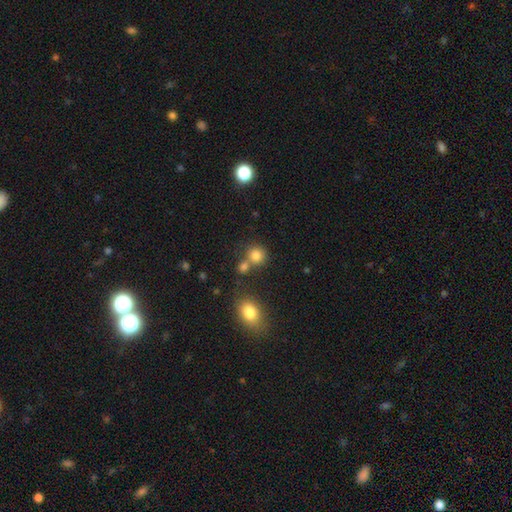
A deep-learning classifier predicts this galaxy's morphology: A smooth galaxy with no disk features (81%) that is round (86%). Merging: none (59%).